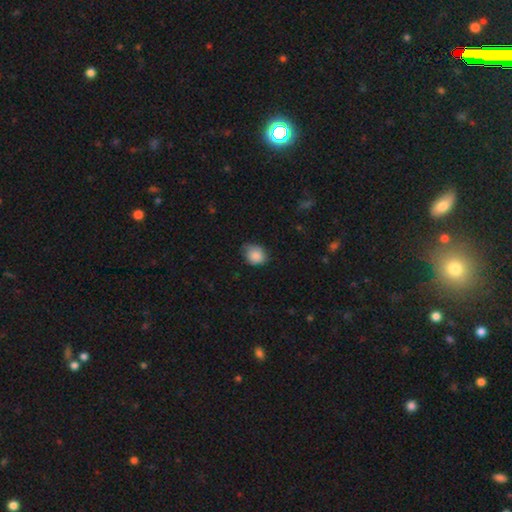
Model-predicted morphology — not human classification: smooth_or_featured: smooth (p=0.86) [alt: star or artifact p=0.08]
how_rounded: round (p=0.58) [alt: in between p=0.41]
merging: none (p=0.56) [alt: minor disturbance p=0.36]